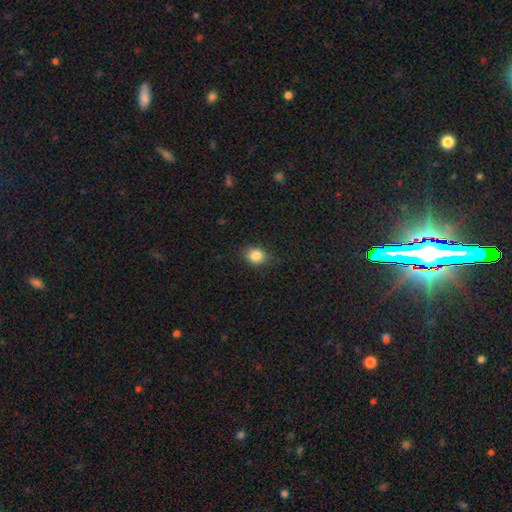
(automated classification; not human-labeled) Overall: smooth (84%). How rounded: round (60%; in between 39%). Merging: none (81%).